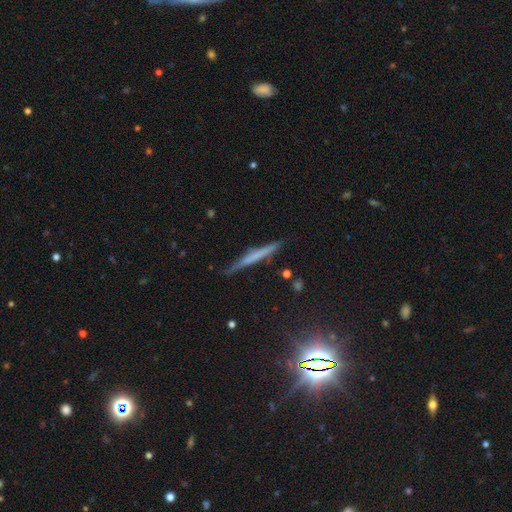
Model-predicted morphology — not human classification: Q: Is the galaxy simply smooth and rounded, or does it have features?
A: featured or disk — 49%.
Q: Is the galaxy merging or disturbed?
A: none — 85%.